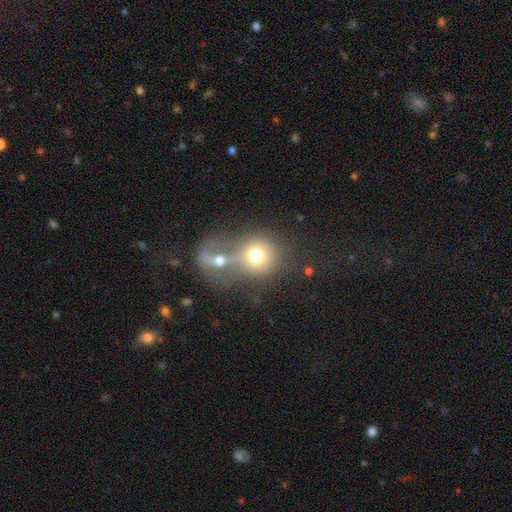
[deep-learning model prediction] Overall: smooth (65%). How rounded: round (78%). Merging: merger (66%).